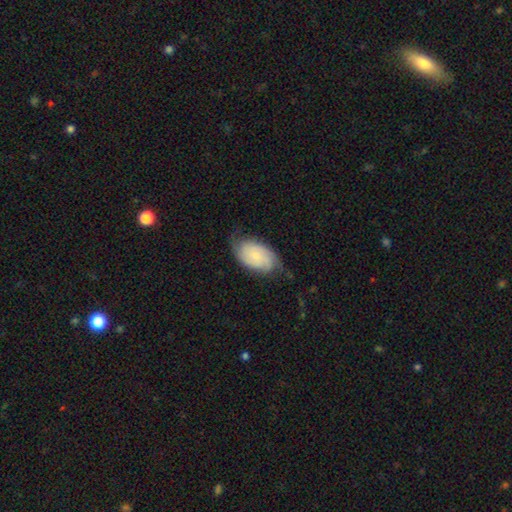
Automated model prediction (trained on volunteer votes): This is possibly a featured or disk galaxy (58%). It is clearly not viewed edge-on (95%). Bar: likely no (77%). Spiral arm pattern: clearly yes (89%). Central bulge: likely small (72%). Merging: likely none (62%).